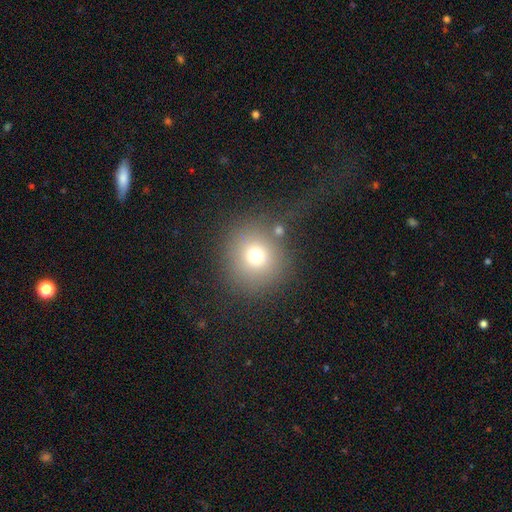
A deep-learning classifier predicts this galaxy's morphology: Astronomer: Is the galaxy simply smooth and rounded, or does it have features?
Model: smooth — 74%.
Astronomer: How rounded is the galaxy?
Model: round — 89%.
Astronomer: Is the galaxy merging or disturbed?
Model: none — 71%.